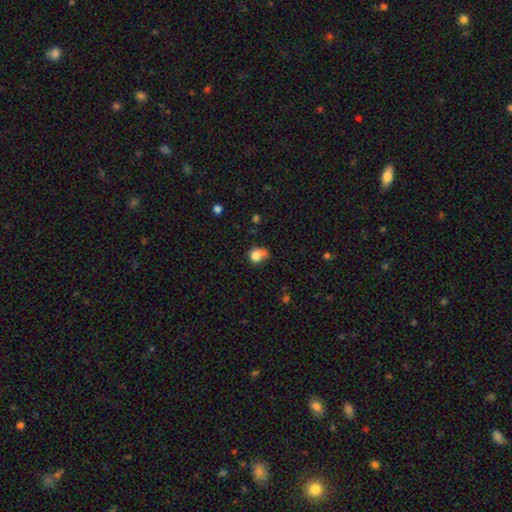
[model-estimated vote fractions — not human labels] smooth_or_featured: smooth (p=0.77) [alt: featured or disk p=0.12]
how_rounded: round (p=0.64) [alt: in between p=0.35]
merging: none (p=0.37) [alt: minor disturbance p=0.27]